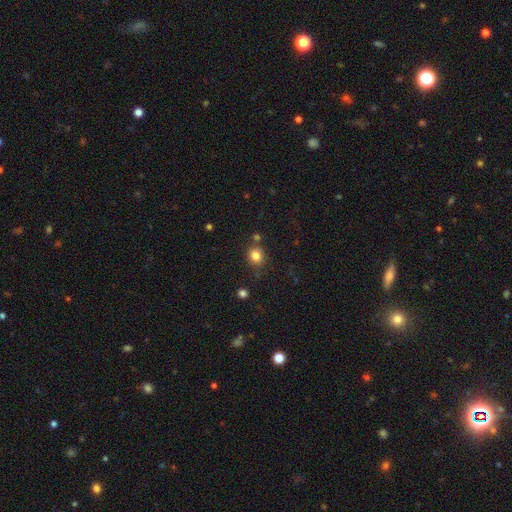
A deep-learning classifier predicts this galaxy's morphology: Smooth or featured: smooth — 81% (star or artifact — 12%)
How rounded: round — 78% (in between — 21%)
Merging: none — 77% (minor disturbance — 11%)